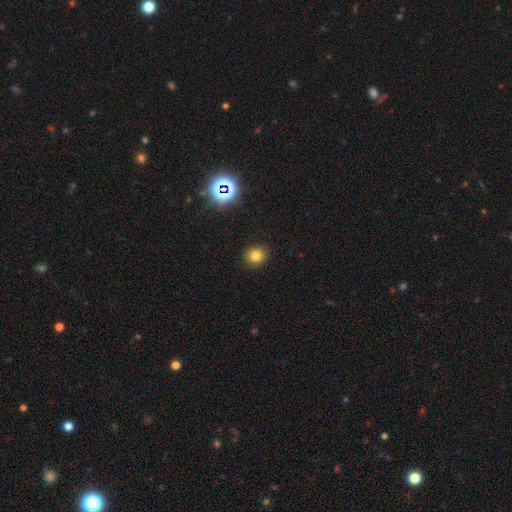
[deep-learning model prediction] A smooth galaxy with no disk features (78%) that is round (82%).

Vote fractions:
- Smooth or featured? smooth: 78% / star or artifact: 16% / featured or disk: 6%
- How rounded? round: 82% / in between: 17% / cigar-shaped: 1%
- Merging? none: 89% / minor disturbance: 7% / major disturbance: 2% / merger: 1%